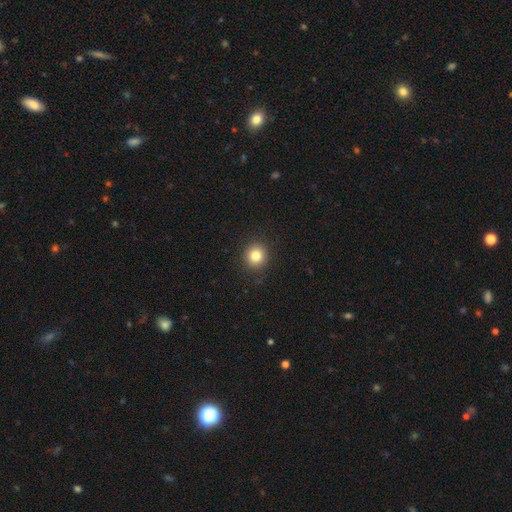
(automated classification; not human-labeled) Overall: smooth (82%). How rounded: round (89%). Merging: none (91%).